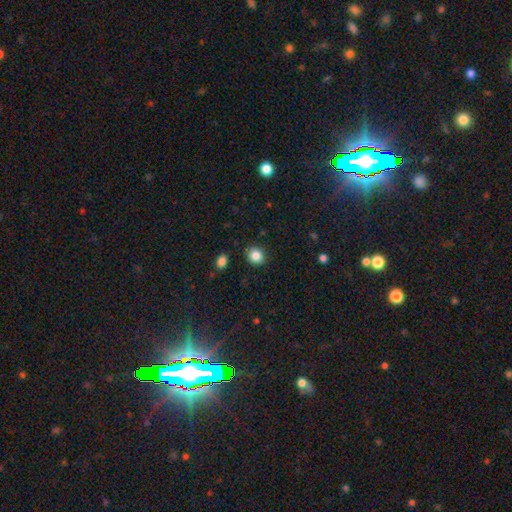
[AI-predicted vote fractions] Smooth or featured? smooth (85%)
How rounded? round (74%)
Merging? none (88%)